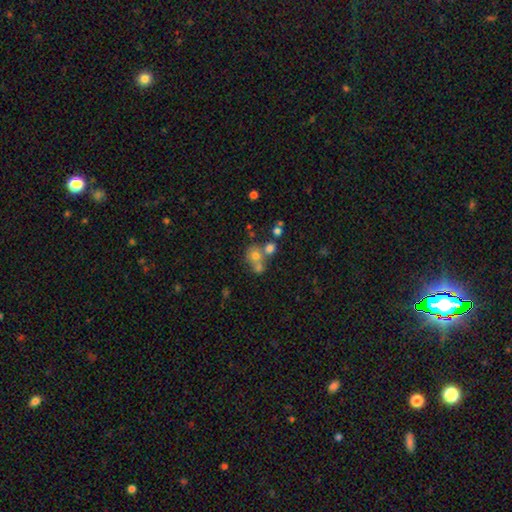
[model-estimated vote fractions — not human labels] Q: Smooth or featured?
A: smooth (67%); runner-up: featured or disk (17%)
Q: How rounded?
A: round (78%); runner-up: in between (21%)
Q: Merging?
A: merger (47%); runner-up: none (40%)